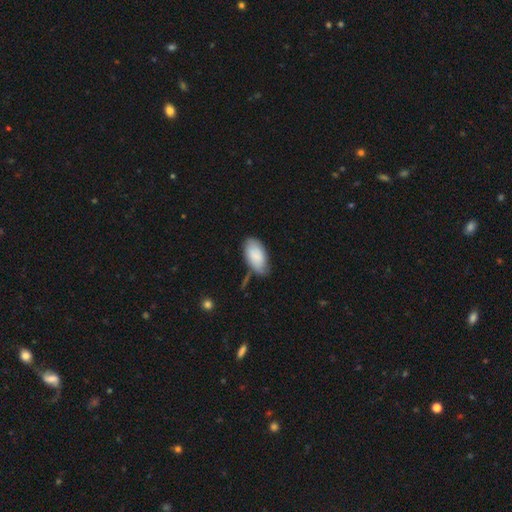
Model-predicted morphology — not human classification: smooth 83%, featured or disk 11%, star or artifact 6%. Down the decision tree: how rounded — in between (95%); merging — none (60%).